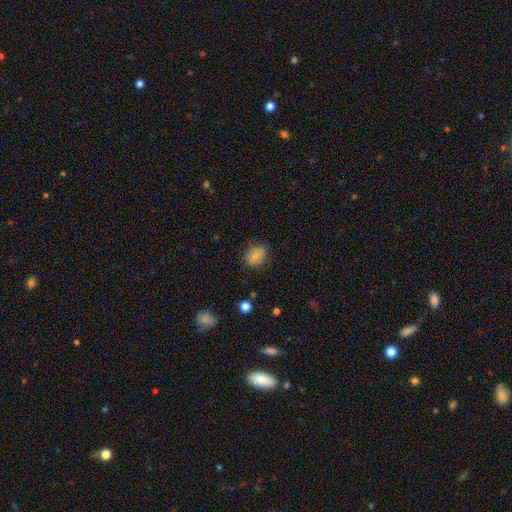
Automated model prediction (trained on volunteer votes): This appears to be a smooth galaxy with no disk features (76%) that is round (53%). Merging: none (77%).